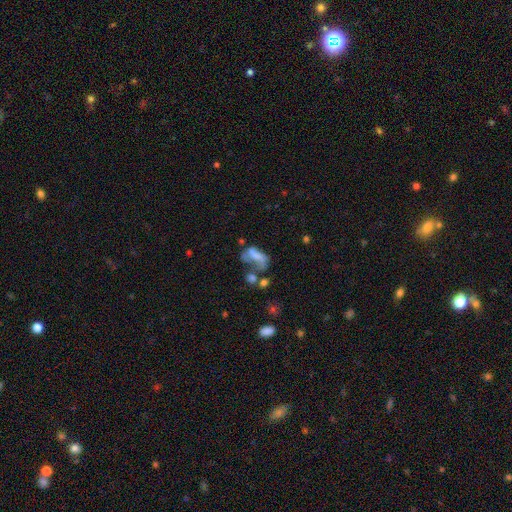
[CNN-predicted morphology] smooth_or_featured: featured or disk (p=0.43) [alt: smooth p=0.42]
merging: major disturbance (p=0.34) [alt: merger p=0.31]